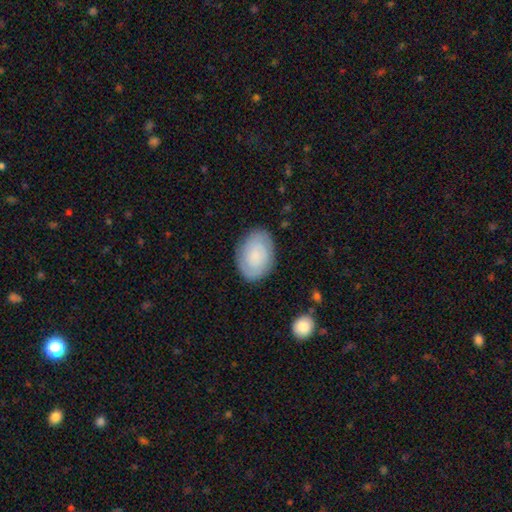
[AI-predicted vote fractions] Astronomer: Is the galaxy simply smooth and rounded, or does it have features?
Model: smooth — 58% (runner-up: featured or disk, 34%).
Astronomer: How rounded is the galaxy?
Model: in between — 82%.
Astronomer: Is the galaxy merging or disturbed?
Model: none — 82%.